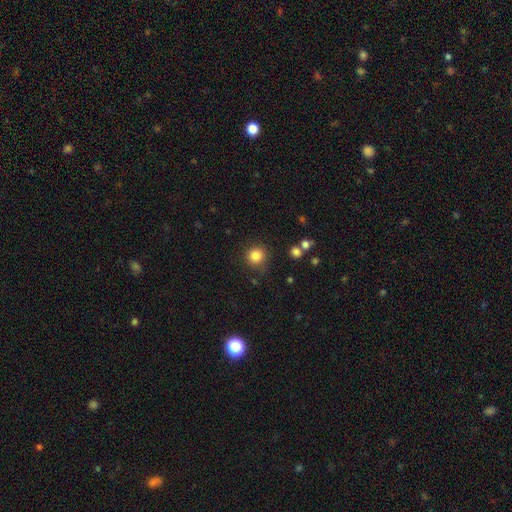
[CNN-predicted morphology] Smooth or featured: smooth — 84% (star or artifact — 11%)
How rounded: round — 92% (in between — 7%)
Merging: none — 84% (minor disturbance — 10%)